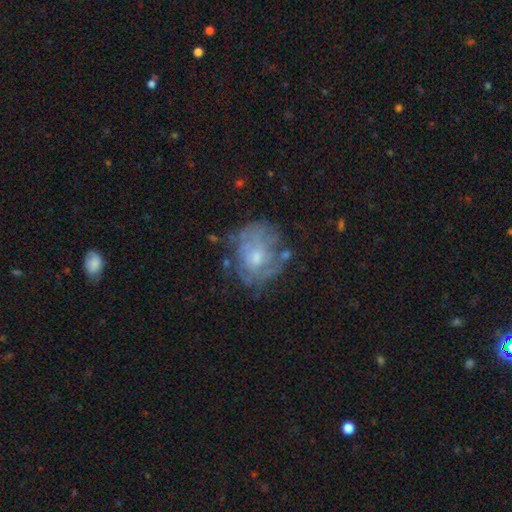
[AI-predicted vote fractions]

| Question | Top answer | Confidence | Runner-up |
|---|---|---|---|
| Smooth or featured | featured or disk | 67% | smooth (24%) |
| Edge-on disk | no | 97% | yes (3%) |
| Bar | no | 78% | weak (19%) |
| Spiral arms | yes | 55% | no (45%) |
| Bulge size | moderate | 49% | small (38%) |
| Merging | none | 56% | minor disturbance (23%) |